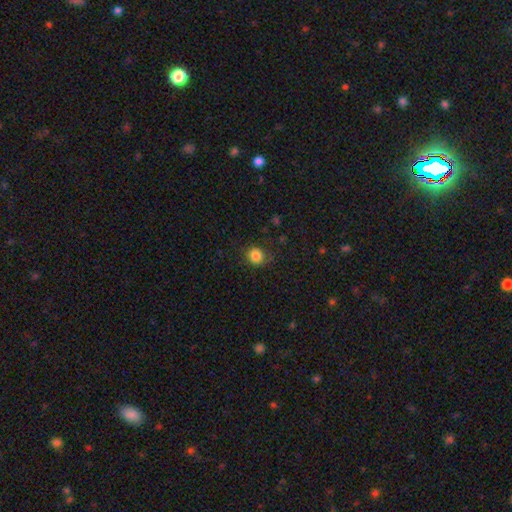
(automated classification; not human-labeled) Overall: smooth (84%). How rounded: round (81%). Merging: none (81%).